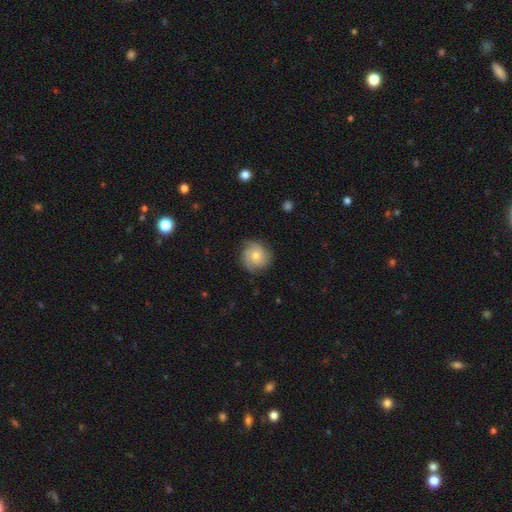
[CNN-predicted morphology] Smooth or featured? featured or disk (58%)
Edge-on disk? no (97%)
Bar? no (80%)
Spiral arms? yes (91%)
Spiral winding? tight (51%)
Spiral arm count? 3 (45%)
Bulge size? moderate (53%)
Merging? none (78%)